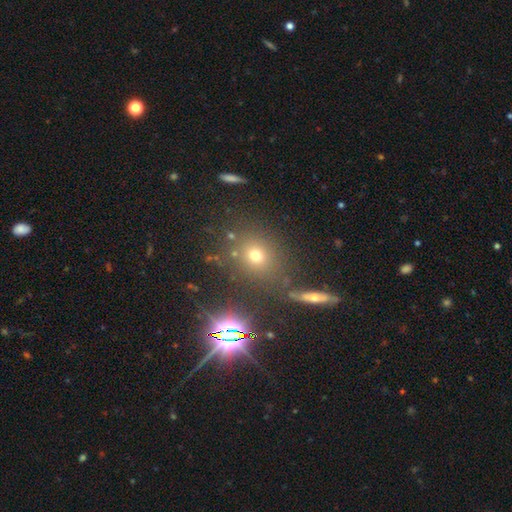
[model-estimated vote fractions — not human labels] Smooth or featured? smooth (65%)
How rounded? round (75%)
Merging? none (76%)